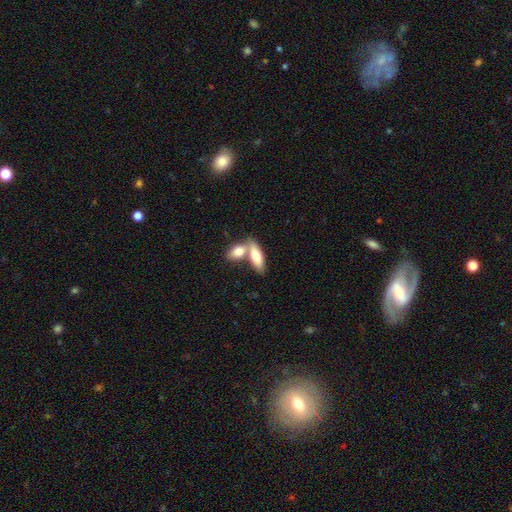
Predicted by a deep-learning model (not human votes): Smooth or featured: smooth — 74% (featured or disk — 21%)
How rounded: in between — 74% (cigar-shaped — 22%)
Merging: merger — 53% (none — 36%)